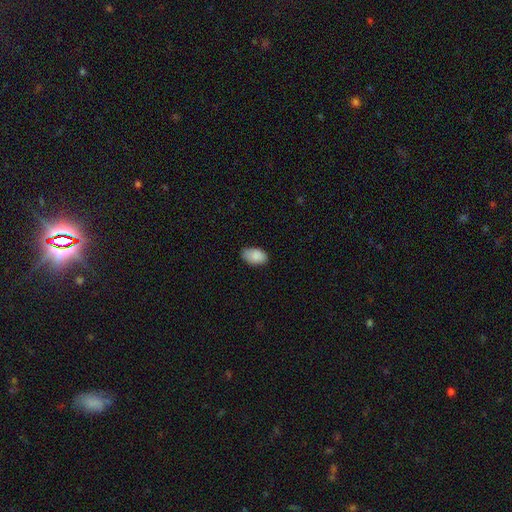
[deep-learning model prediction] smooth_or_featured: smooth (p=0.88) [alt: star or artifact p=0.07]
how_rounded: in between (p=0.93) [alt: round p=0.06]
merging: none (p=0.78) [alt: minor disturbance p=0.18]